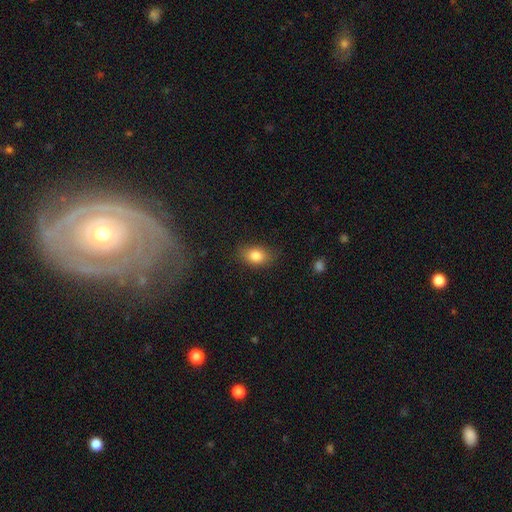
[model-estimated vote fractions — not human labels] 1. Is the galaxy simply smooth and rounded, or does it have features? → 83% smooth, 9% star or artifact, 8% featured or disk.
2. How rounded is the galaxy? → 79% in between, 19% round, 2% cigar-shaped.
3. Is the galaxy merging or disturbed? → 80% none, 15% minor disturbance, 4% major disturbance, 1% merger.